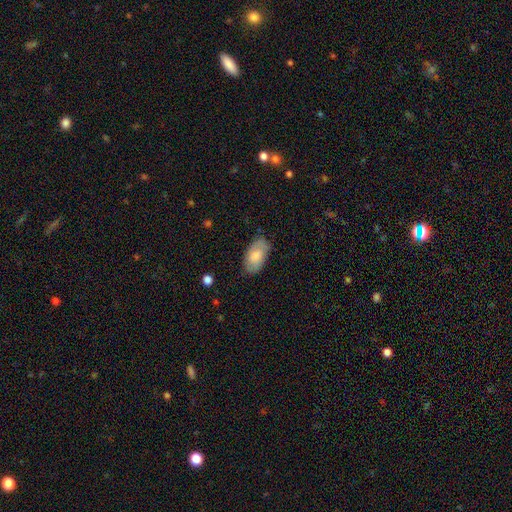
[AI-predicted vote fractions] Smooth or featured? smooth (71%)
How rounded? in between (94%)
Merging? none (75%)